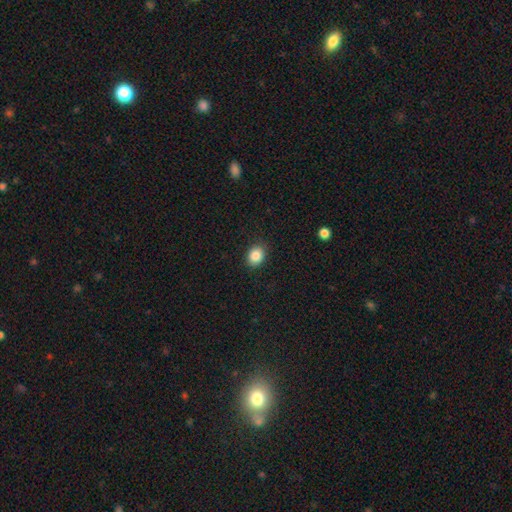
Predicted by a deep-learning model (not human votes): Smooth or featured? smooth (86%)
How rounded? round (50%)
Merging? none (88%)